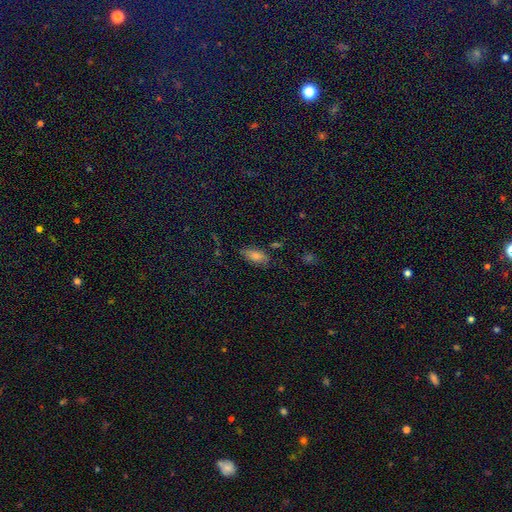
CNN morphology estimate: Q: Smooth or featured?
A: smooth (67%); runner-up: star or artifact (19%)
Q: How rounded?
A: in between (85%); runner-up: cigar-shaped (10%)
Q: Merging?
A: none (75%); runner-up: minor disturbance (18%)